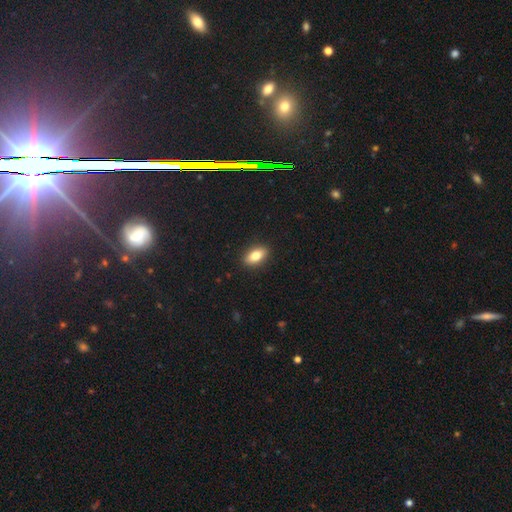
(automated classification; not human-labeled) Morphology: type=smooth (80%); roundness=in between (87%); merging=none (90%).